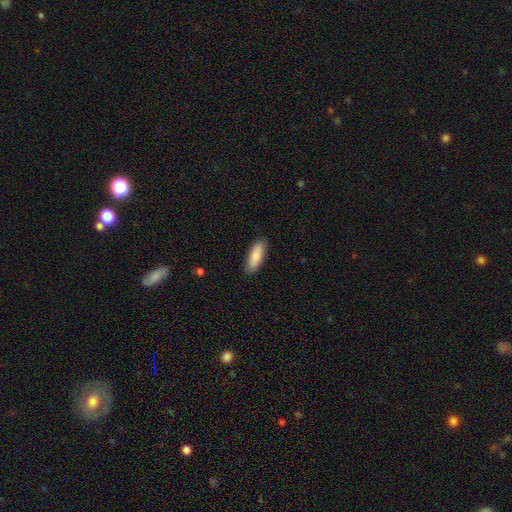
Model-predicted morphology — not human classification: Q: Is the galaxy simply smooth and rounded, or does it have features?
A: smooth — 83%.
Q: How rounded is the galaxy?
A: in between — 62%.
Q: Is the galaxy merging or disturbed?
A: none — 87%.